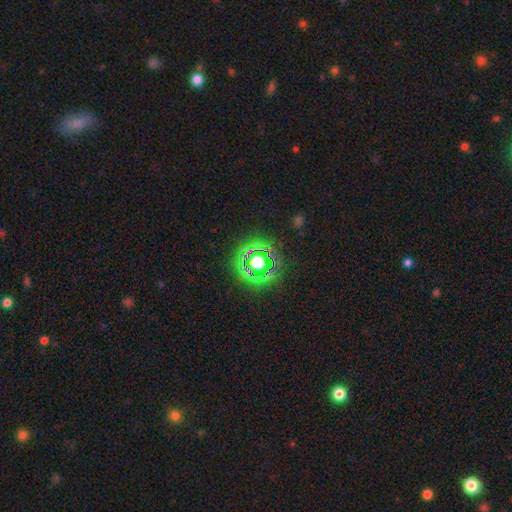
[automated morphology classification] smooth_or_featured: star or artifact (p=0.79) [alt: smooth p=0.14]